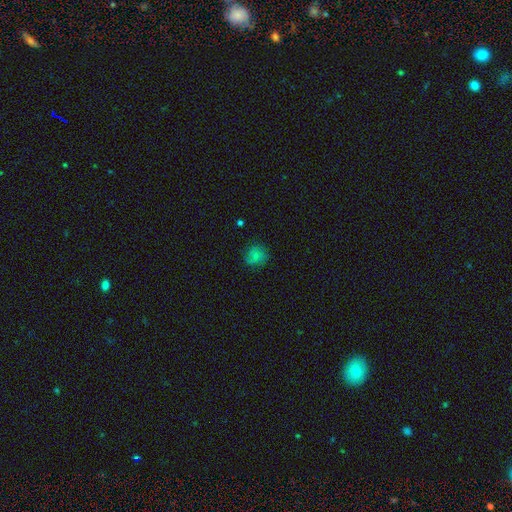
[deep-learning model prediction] Smooth or featured? smooth (75%)
How rounded? round (84%)
Merging? none (74%)